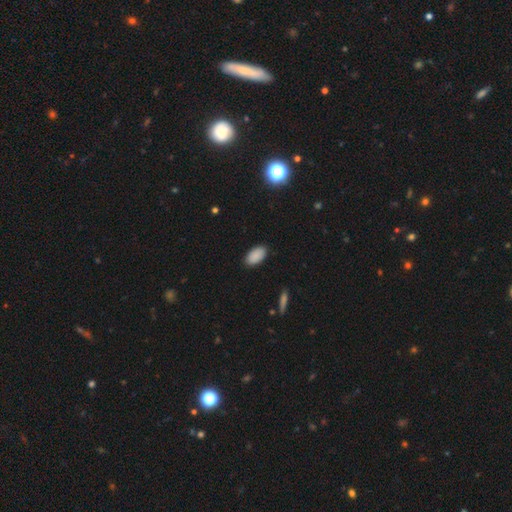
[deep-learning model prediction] This appears to be a smooth galaxy with no disk features (89%) that is in between round and cigar-shaped (95%). Merging: none (88%).